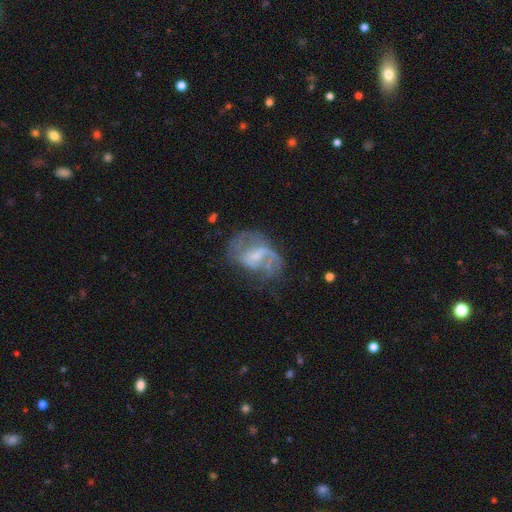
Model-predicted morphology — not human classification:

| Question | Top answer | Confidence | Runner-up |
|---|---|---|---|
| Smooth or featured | featured or disk | 76% | smooth (16%) |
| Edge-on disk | no | 97% | yes (3%) |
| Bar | weak | 54% | no (31%) |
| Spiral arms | yes | 80% | no (20%) |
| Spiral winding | medium | 44% | loose (36%) |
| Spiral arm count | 2 | 51% | can't tell (23%) |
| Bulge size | small | 52% | moderate (25%) |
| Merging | none | 44% | major disturbance (30%) |